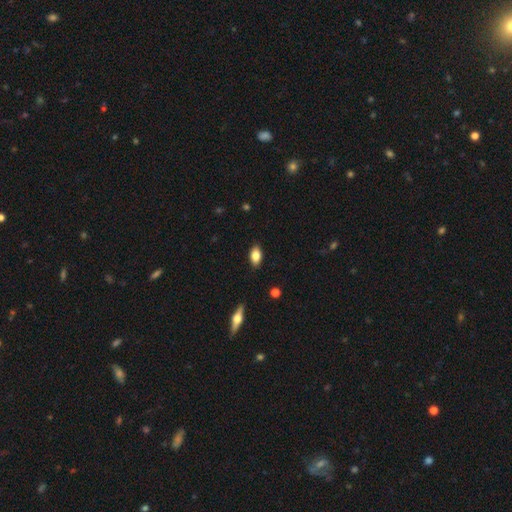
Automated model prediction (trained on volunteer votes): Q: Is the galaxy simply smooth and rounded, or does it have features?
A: smooth — 80%.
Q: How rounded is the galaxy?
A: in between — 89%.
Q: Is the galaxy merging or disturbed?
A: none — 87%.